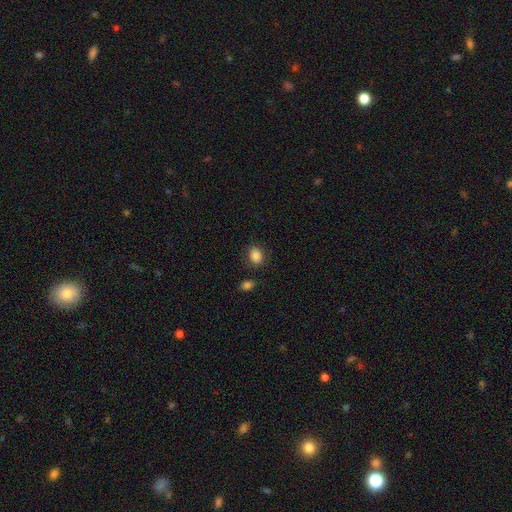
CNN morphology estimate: This appears to be a smooth galaxy with no disk features (86%) that is in between round and cigar-shaped (63%). Merging: none (80%).